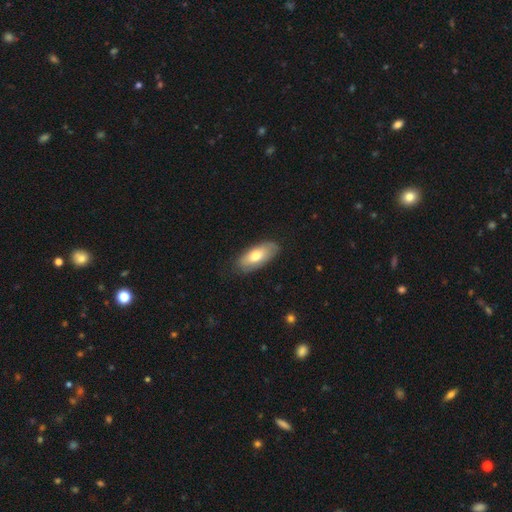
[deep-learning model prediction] Smooth or featured?
  - smooth: 68% *
  - featured or disk: 26%
  - star or artifact: 5%
How rounded?
  - in between: 85% *
  - cigar-shaped: 13%
  - round: 2%
Merging?
  - none: 78% *
  - minor disturbance: 17%
  - major disturbance: 4%
  - merger: 1%